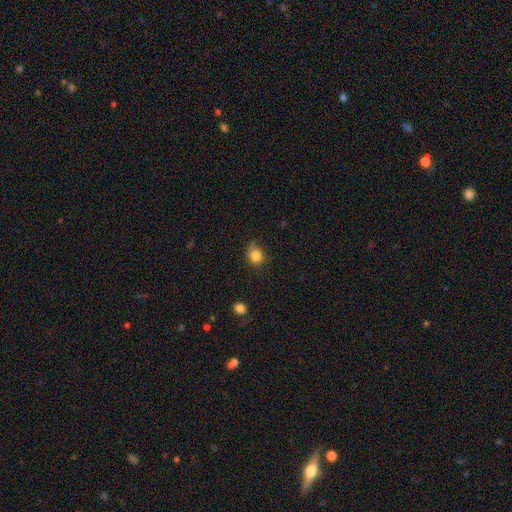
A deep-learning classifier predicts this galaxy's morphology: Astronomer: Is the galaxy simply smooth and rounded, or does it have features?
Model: smooth — 83%.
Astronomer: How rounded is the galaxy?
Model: round — 62%.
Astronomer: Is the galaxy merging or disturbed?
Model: none — 60%.